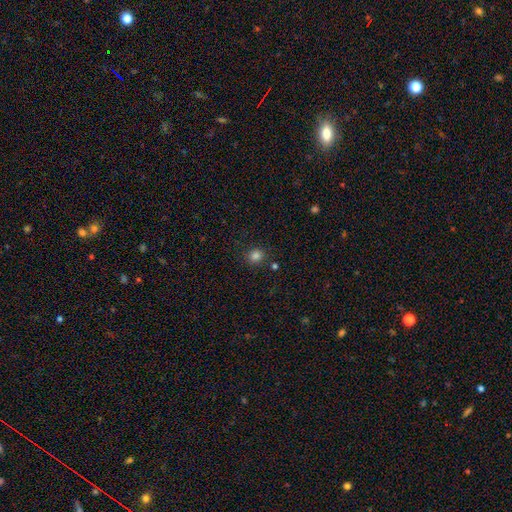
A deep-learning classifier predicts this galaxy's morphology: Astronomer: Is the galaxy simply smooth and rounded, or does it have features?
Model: smooth — 82%.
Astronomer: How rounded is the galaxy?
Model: round — 81%.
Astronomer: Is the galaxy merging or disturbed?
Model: none — 85%.